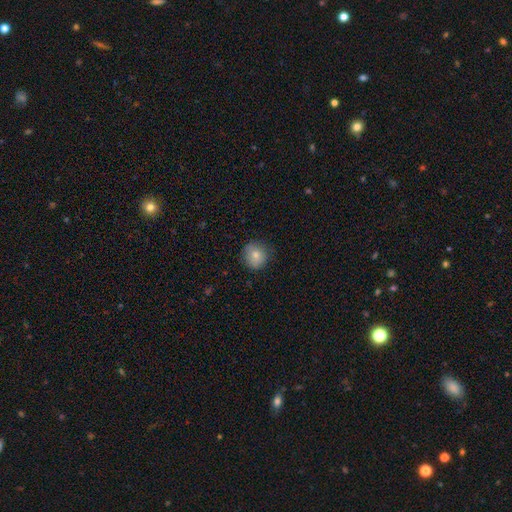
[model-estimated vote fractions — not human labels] Smooth or featured: smooth — 79% (featured or disk — 12%)
How rounded: round — 88% (in between — 11%)
Merging: none — 81% (minor disturbance — 15%)